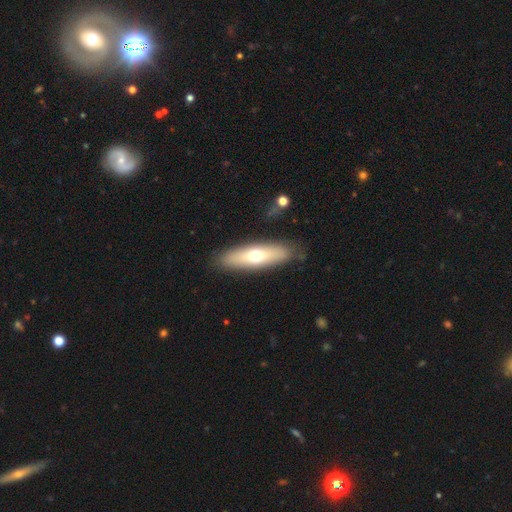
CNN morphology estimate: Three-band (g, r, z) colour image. It shows a smooth galaxy with no disk features (61%) that is cigar-shaped (53%). Merging: none (84%).